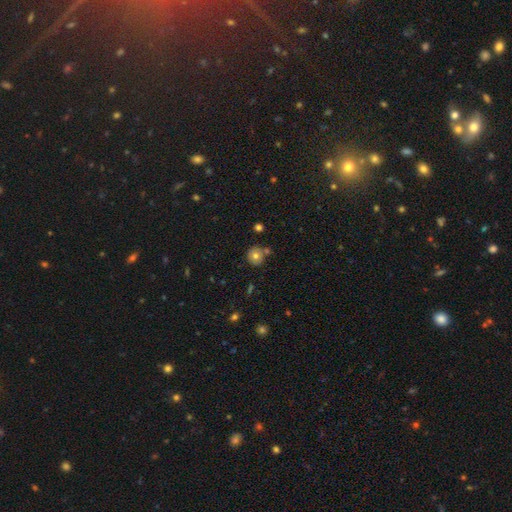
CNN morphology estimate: A smooth galaxy with no disk features (73%) that is round (89%). Merging: none (73%).